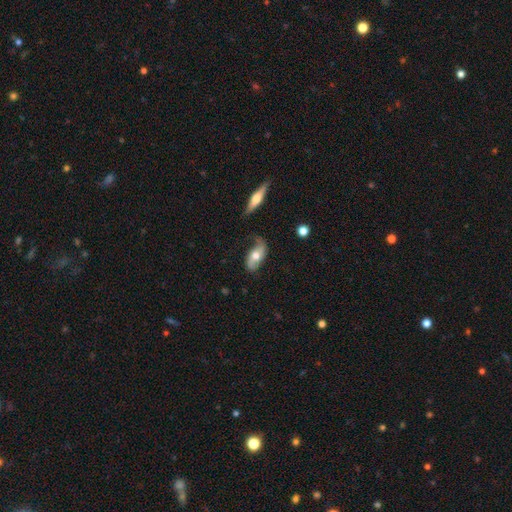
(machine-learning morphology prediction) type=featured or disk (63%); edge-on=no (88%); bar=no (65%); spiral arms=yes (85%); bulge=moderate (71%); merging=none (61%).